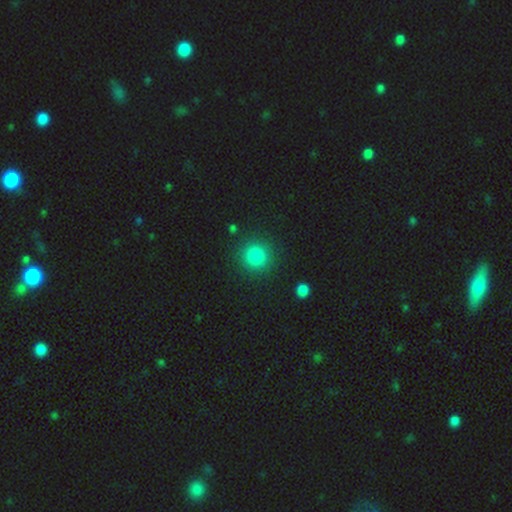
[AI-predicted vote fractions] Smooth or featured? smooth (84%)
How rounded? round (93%)
Merging? none (89%)